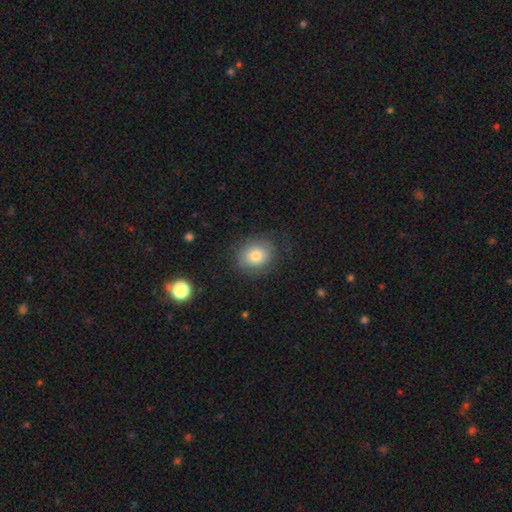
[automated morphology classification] smooth 74%, featured or disk 17%, star or artifact 9%. Down the decision tree: how rounded — round (57%); merging — none (73%).